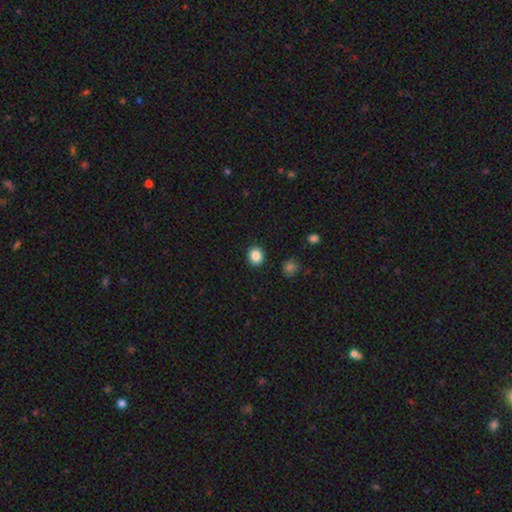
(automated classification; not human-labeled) smooth_or_featured: smooth (p=0.86) [alt: star or artifact p=0.10]
how_rounded: round (p=0.79) [alt: in between p=0.20]
merging: none (p=0.91) [alt: minor disturbance p=0.06]